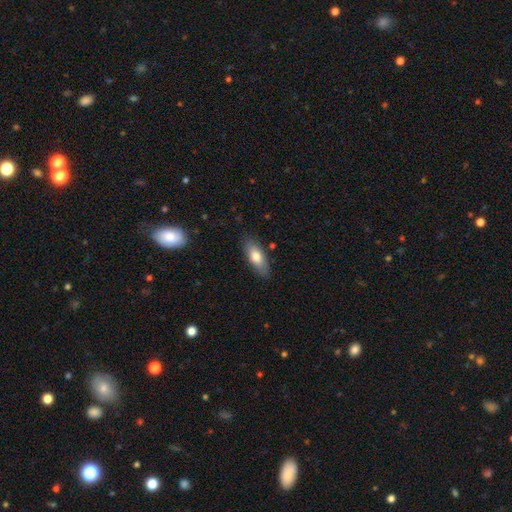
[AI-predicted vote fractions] Q: Smooth or featured?
A: smooth (75%); runner-up: featured or disk (19%)
Q: How rounded?
A: in between (75%); runner-up: cigar-shaped (23%)
Q: Merging?
A: none (83%); runner-up: minor disturbance (12%)